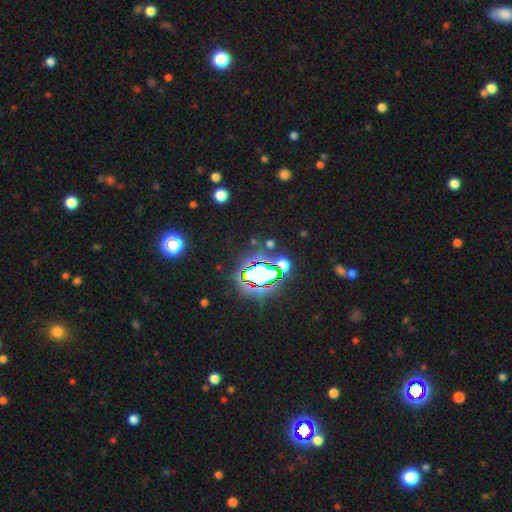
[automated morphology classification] This is clearly a star or artifact rather than a galaxy (83%).